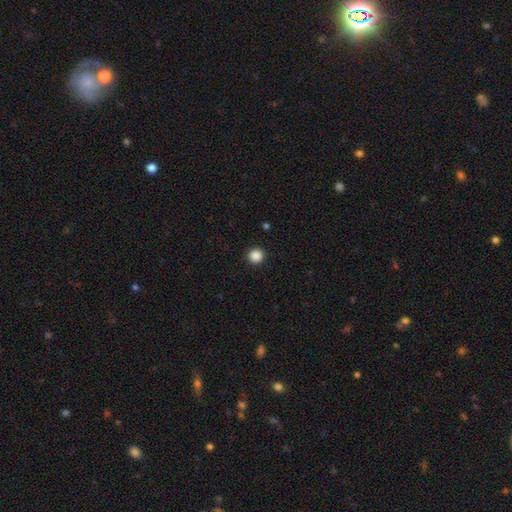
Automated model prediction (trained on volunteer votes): Smooth or featured: smooth — 87% (star or artifact — 10%)
How rounded: round — 95% (in between — 4%)
Merging: none — 93% (minor disturbance — 4%)